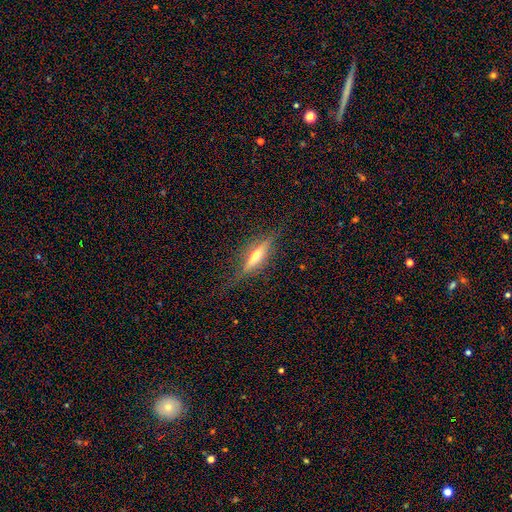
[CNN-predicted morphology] Smooth or featured? Predicted: featured or disk (p=0.64). Edge-on disk? Predicted: yes (p=0.92). Edge-on bulge? Predicted: rounded (p=0.88). Merging? Predicted: none (p=0.79).